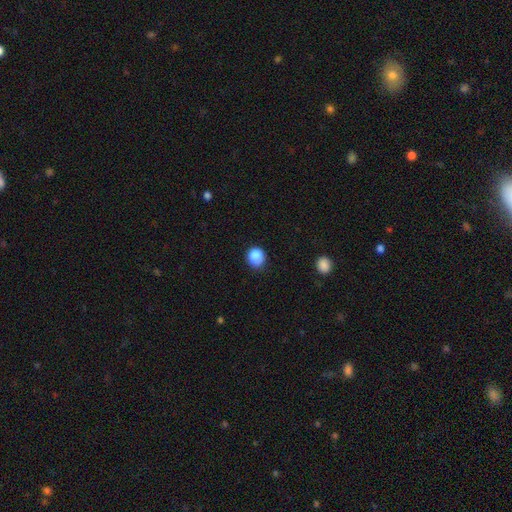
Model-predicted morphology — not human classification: A smooth galaxy with no disk features (87%) that is round (79%).

Vote fractions:
- Smooth or featured? smooth: 87% / star or artifact: 9% / featured or disk: 4%
- How rounded? round: 79% / in between: 20% / cigar-shaped: 1%
- Merging? none: 74% / minor disturbance: 20% / major disturbance: 4% / merger: 1%